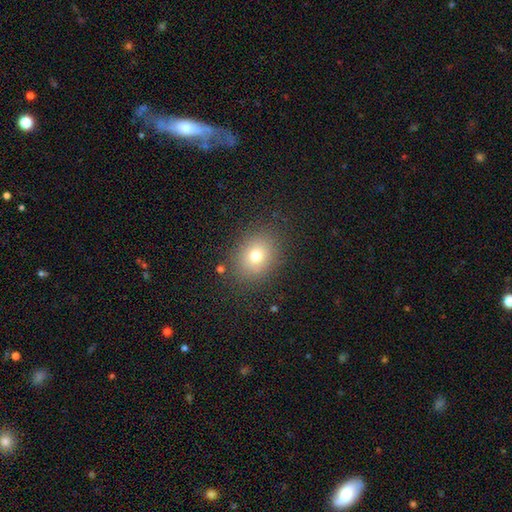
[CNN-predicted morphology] The model was most divided on "how rounded": round: 56%, in between: 43%, cigar-shaped: 1%. More confident: merging — none (84%); smooth or featured — smooth (73%).